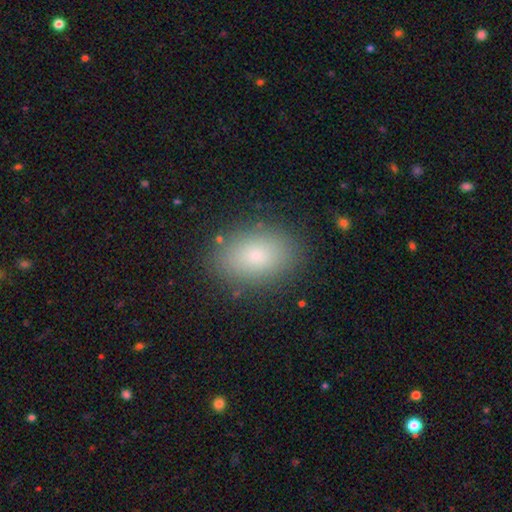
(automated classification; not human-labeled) Q: Smooth or featured?
A: smooth (81%); runner-up: featured or disk (10%)
Q: How rounded?
A: in between (84%); runner-up: round (14%)
Q: Merging?
A: none (85%); runner-up: minor disturbance (10%)